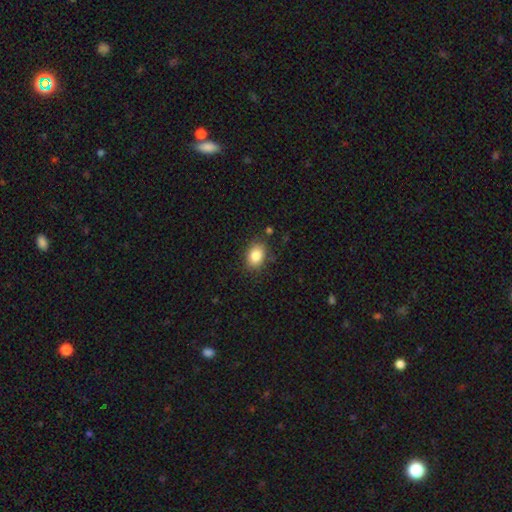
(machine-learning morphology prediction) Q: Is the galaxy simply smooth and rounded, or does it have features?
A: smooth — 84%.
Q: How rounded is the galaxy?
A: in between — 73%.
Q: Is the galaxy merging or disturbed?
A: none — 82%.